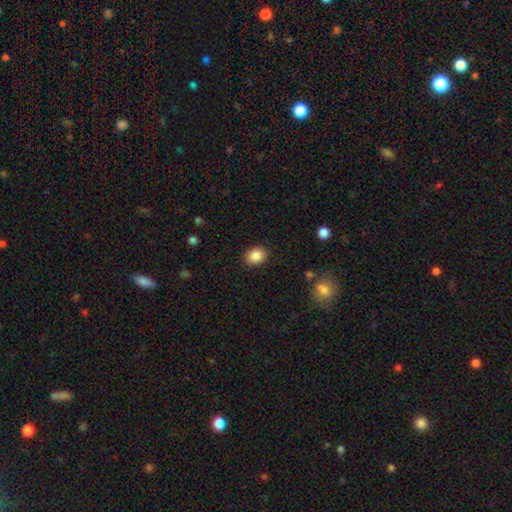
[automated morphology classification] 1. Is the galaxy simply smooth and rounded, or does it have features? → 87% smooth, 8% star or artifact, 5% featured or disk.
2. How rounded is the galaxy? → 59% in between, 40% round, 1% cigar-shaped.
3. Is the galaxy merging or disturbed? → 88% none, 8% minor disturbance, 2% major disturbance, 1% merger.